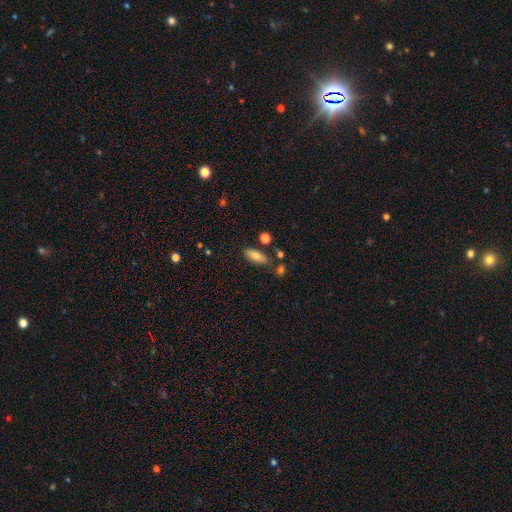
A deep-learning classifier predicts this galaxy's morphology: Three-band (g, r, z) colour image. It shows a smooth galaxy with no disk features (76%) that is in between round and cigar-shaped (77%). Merging: none (78%).